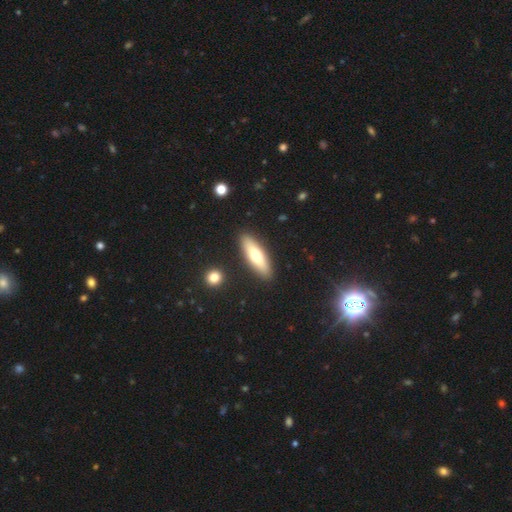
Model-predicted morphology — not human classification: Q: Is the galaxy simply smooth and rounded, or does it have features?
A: smooth — 61%.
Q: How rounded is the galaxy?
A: cigar-shaped — 57%.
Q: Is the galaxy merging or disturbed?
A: none — 89%.